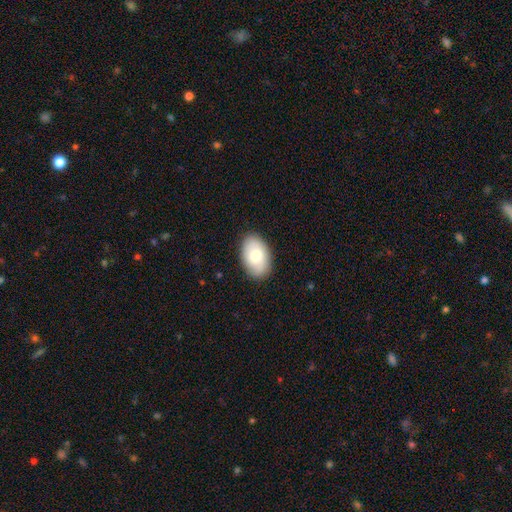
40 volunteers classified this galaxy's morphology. Q: Smooth or featured?
A: smooth (78%); runner-up: featured or disk (18%)
Q: How rounded?
A: in between (100%)
Q: Merging?
A: none (71%); runner-up: minor disturbance (26%)